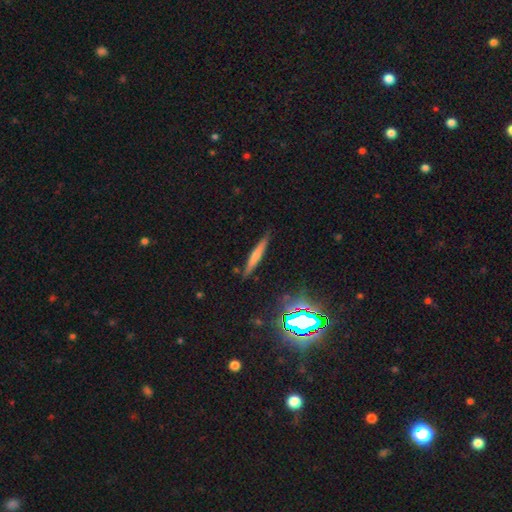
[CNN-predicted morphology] smooth 55%, featured or disk 34%, star or artifact 11%. Down the decision tree: how rounded — cigar-shaped (93%); merging — none (86%).